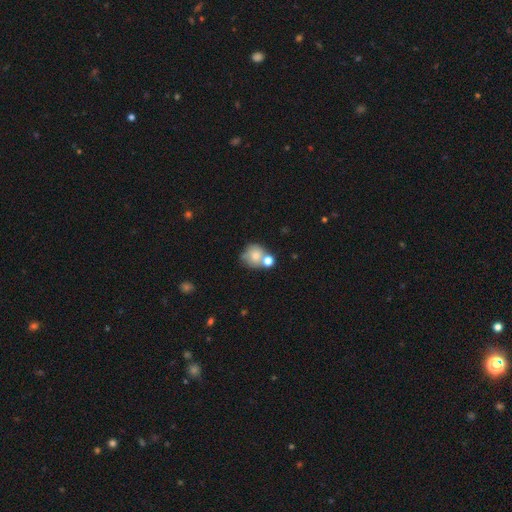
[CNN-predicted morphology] The model was most divided on "merging": none: 42%, merger: 36%, minor disturbance: 15%, major disturbance: 7%. More confident: how rounded — round (77%); smooth or featured — smooth (71%).